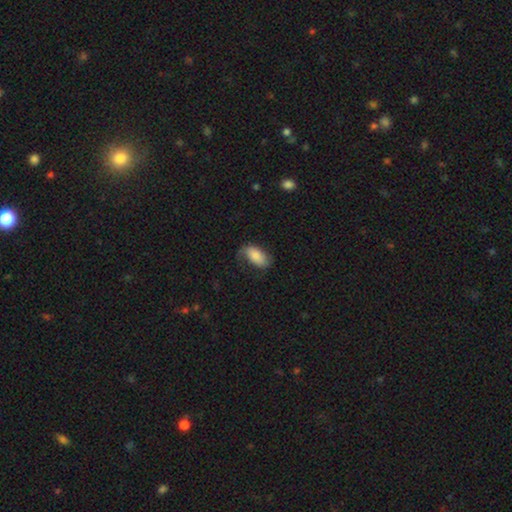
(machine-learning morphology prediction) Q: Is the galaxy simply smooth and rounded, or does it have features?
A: smooth — 69%.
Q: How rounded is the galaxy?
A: in between — 94%.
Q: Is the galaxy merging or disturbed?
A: none — 53%.